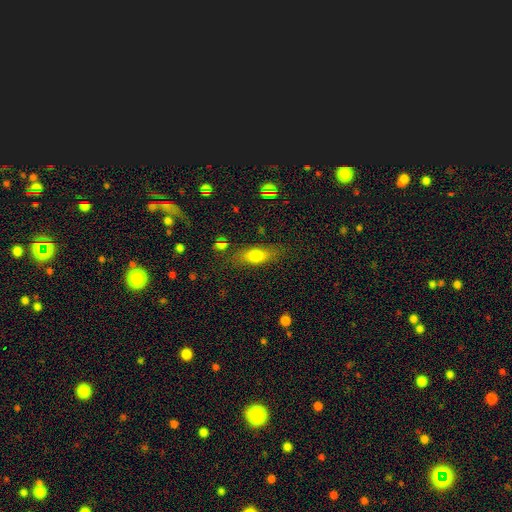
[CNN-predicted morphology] A smooth galaxy with no disk features (71%) that is in between round and cigar-shaped (67%).

Vote fractions:
- Smooth or featured? smooth: 71% / featured or disk: 19% / star or artifact: 10%
- How rounded? in between: 67% / cigar-shaped: 27% / round: 6%
- Merging? none: 76% / minor disturbance: 16% / major disturbance: 5% / merger: 3%